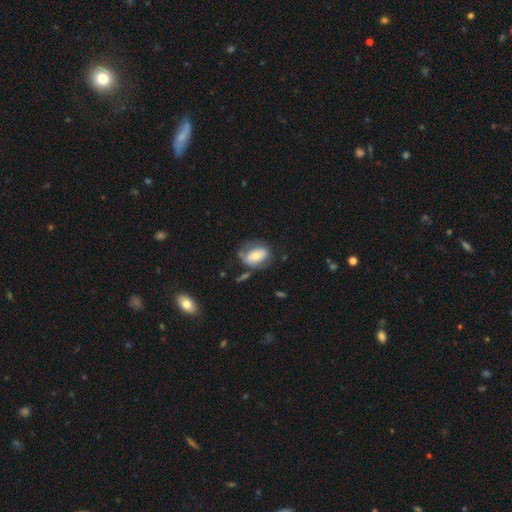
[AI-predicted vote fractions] The model was most divided on "smooth or featured": smooth: 58%, featured or disk: 35%, star or artifact: 7%. More confident: how rounded — in between (79%); merging — none (56%).